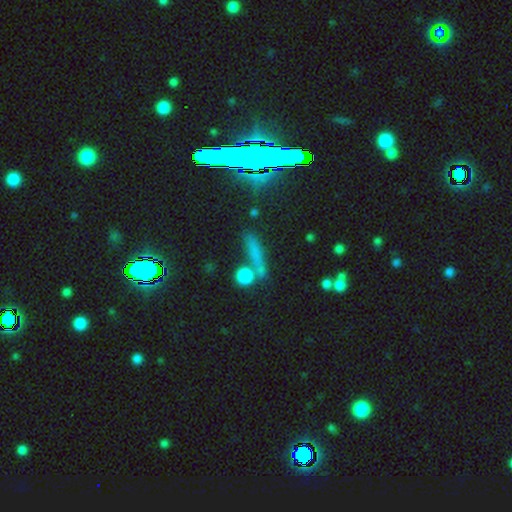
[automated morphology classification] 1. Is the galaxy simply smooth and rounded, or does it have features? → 46% smooth, 35% star or artifact, 19% featured or disk.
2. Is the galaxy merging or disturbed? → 70% none, 13% minor disturbance, 10% merger, 7% major disturbance.